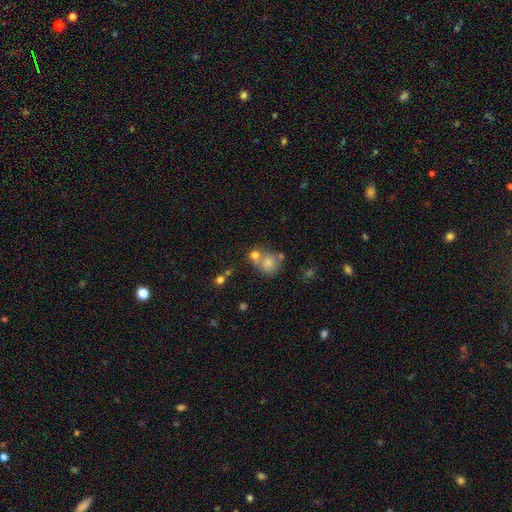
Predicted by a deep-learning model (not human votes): The model was most divided on "merging": merger: 47%, none: 40%, minor disturbance: 9%, major disturbance: 5%. More confident: how rounded — round (79%); smooth or featured — smooth (72%).